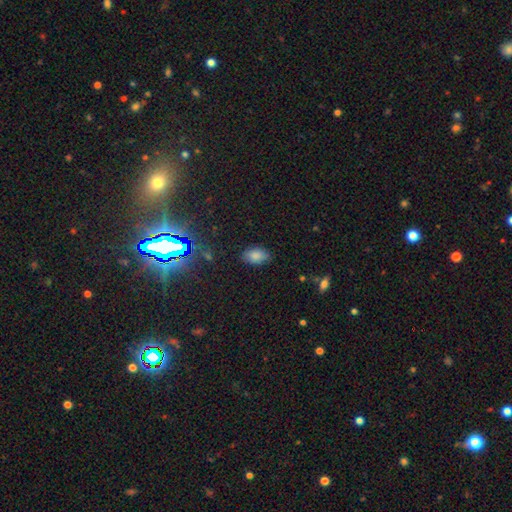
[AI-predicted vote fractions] Q: Smooth or featured?
A: smooth (79%); runner-up: star or artifact (14%)
Q: How rounded?
A: in between (91%); runner-up: round (8%)
Q: Merging?
A: none (81%); runner-up: minor disturbance (15%)